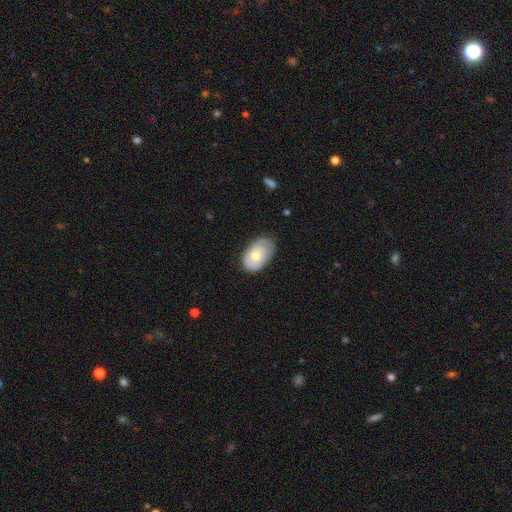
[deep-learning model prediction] A smooth galaxy with no disk features (58%) that is in between round and cigar-shaped (90%). Merging: none (73%).